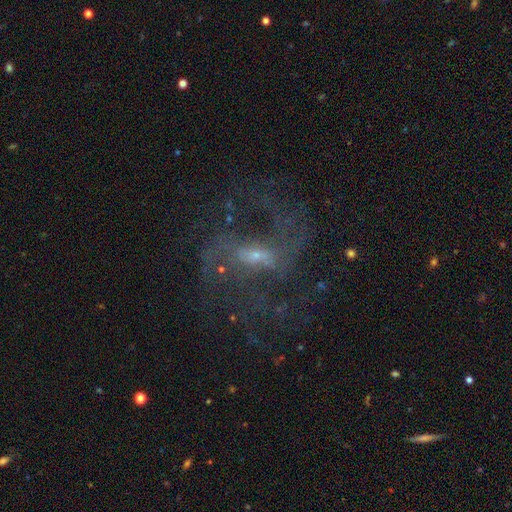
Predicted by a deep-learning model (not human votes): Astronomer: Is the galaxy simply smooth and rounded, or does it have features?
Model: featured or disk — 76%.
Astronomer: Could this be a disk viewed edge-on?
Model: no — 96%.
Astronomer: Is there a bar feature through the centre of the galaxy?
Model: weak — 43% (runner-up: no, 31%).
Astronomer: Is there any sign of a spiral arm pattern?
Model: yes — 78%.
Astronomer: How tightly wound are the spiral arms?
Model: loose — 52% (runner-up: medium, 36%).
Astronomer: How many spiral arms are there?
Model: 2 — 66%.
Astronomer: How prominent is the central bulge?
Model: small — 71%.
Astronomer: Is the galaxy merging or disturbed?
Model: none — 52% (runner-up: major disturbance, 28%).